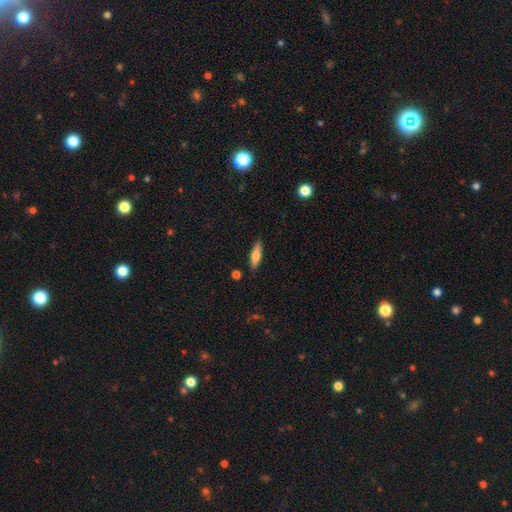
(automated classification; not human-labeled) Smooth or featured? Predicted: smooth (p=0.62). How rounded? Predicted: cigar-shaped (p=0.65). Merging? Predicted: none (p=0.86).